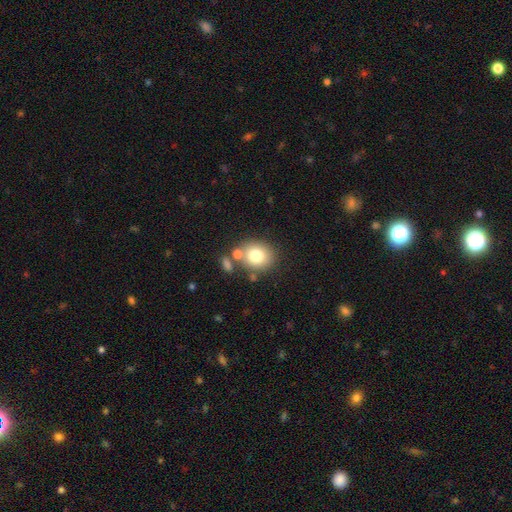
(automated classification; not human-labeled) A smooth galaxy with no disk features (78%) that is round (72%). Merging: none (68%).